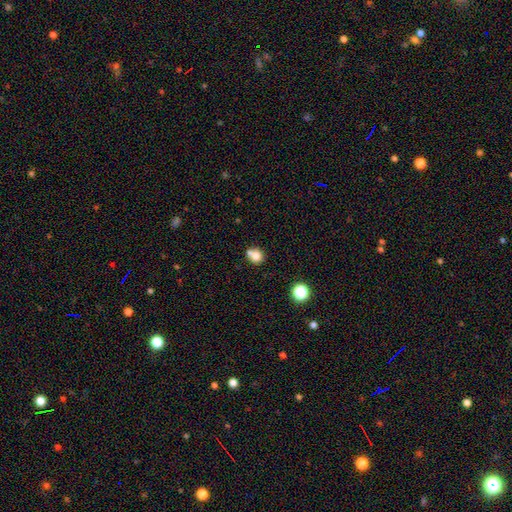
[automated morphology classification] Smooth or featured: smooth — 78% (star or artifact — 12%)
How rounded: round — 80% (in between — 19%)
Merging: none — 51% (merger — 35%)